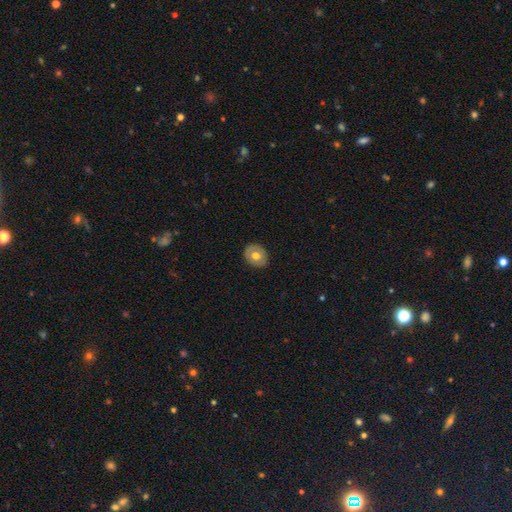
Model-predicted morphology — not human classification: A smooth galaxy with no disk features (58%) that is round (57%). Merging: none (85%).